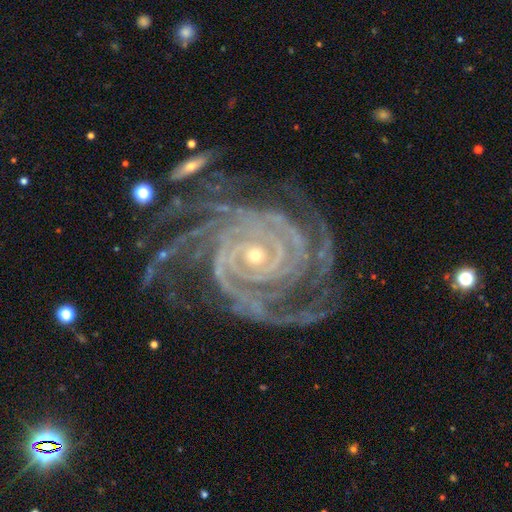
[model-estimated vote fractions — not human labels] This is clearly a featured or disk galaxy (93%). It is clearly not viewed edge-on (98%). Bar: likely no (71%). Spiral arm pattern: clearly yes (99%). Spiral arm count: marginally 4 (22%). Spiral winding: likely tight (79%). Central bulge: likely small (77%). Merging: likely none (62%).